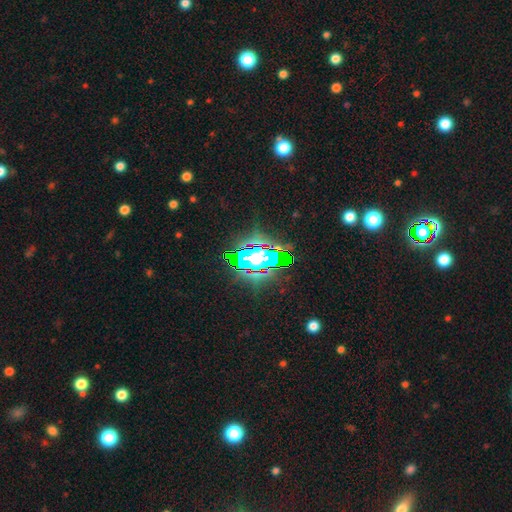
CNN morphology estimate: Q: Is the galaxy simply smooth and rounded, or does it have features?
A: star or artifact — 82%.